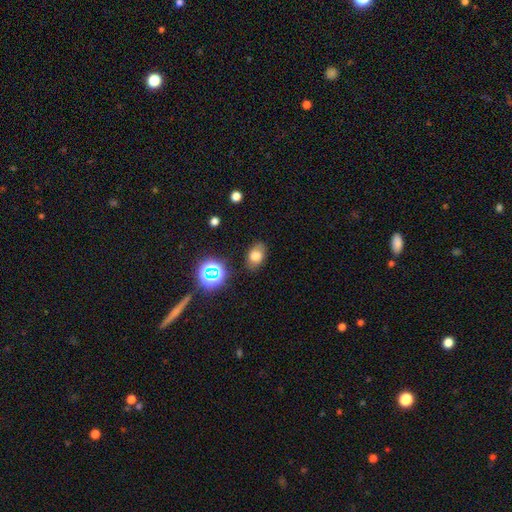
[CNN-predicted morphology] Smooth or featured? smooth (72%)
How rounded? in between (79%)
Merging? none (81%)